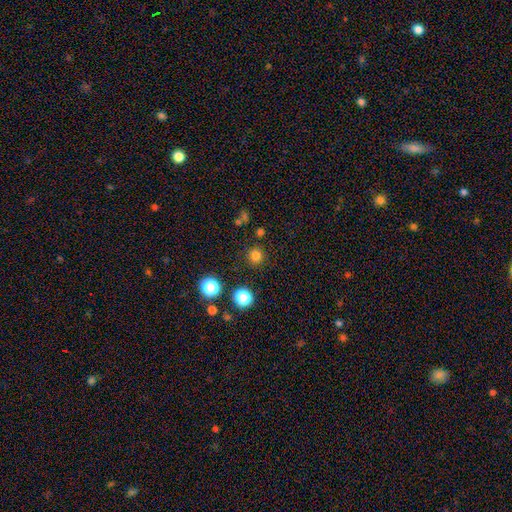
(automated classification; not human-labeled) Overall: smooth (77%). How rounded: round (92%). Merging: none (87%).